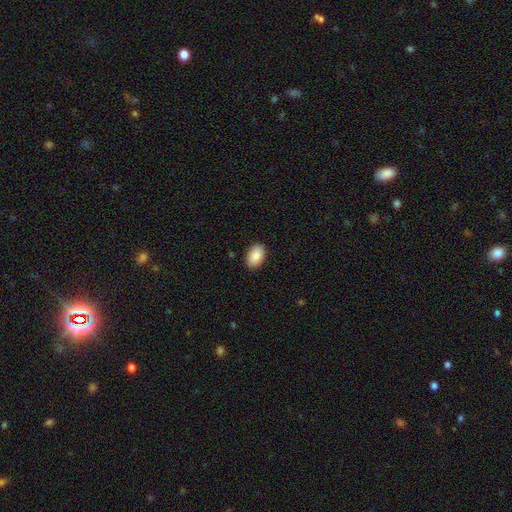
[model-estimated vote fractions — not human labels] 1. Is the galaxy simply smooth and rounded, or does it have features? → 89% smooth, 6% star or artifact, 5% featured or disk.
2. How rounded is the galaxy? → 92% in between, 7% round, 1% cigar-shaped.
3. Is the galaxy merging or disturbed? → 89% none, 8% minor disturbance, 2% major disturbance, 1% merger.